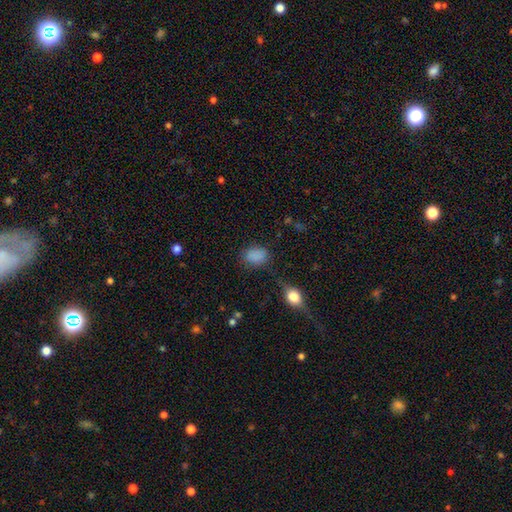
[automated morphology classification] smooth 83%, star or artifact 12%, featured or disk 5%. Down the decision tree: how rounded — in between (74%); merging — none (68%).